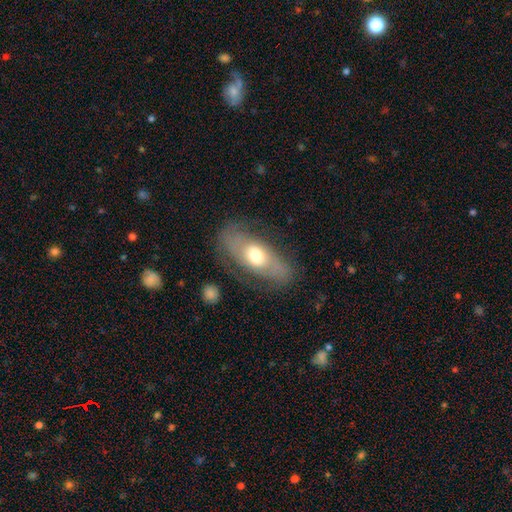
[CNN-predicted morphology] A featured or disk galaxy (53%). Merging: none (64%).